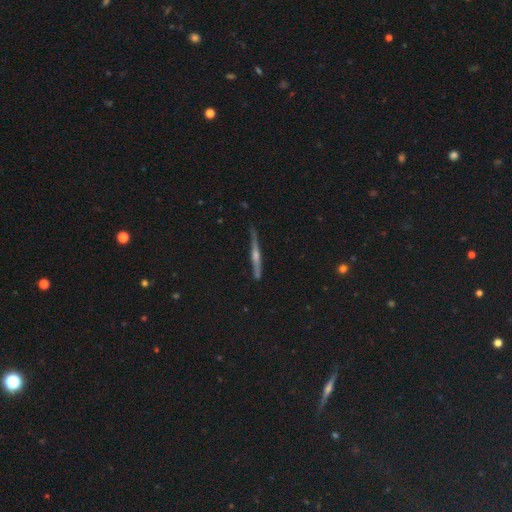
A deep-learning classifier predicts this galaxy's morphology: featured or disk 76%, smooth 17%, star or artifact 8%. Down the decision tree: edge-on disk — yes (98%); edge-on bulge — rounded (84%); merging — none (87%).